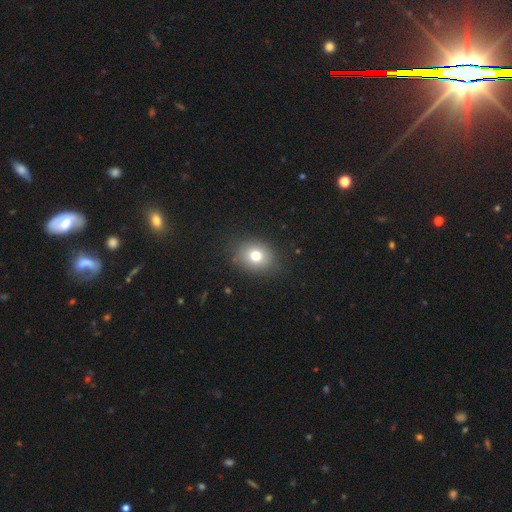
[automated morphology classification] type=smooth (76%); roundness=round (58%); merging=none (87%).